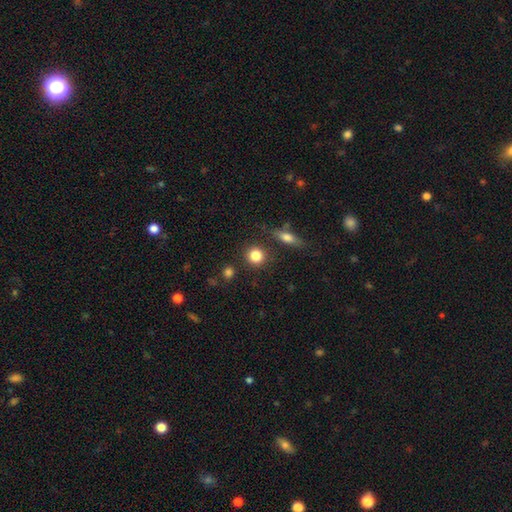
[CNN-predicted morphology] Smooth or featured? smooth (84%)
How rounded? round (89%)
Merging? none (85%)